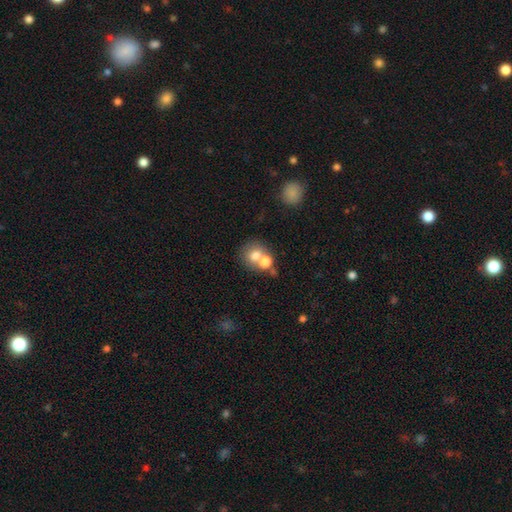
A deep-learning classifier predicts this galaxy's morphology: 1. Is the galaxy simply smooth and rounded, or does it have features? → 71% smooth, 17% featured or disk, 12% star or artifact.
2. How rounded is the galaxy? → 77% round, 22% in between, 1% cigar-shaped.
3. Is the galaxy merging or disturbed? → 48% merger, 41% none, 8% minor disturbance, 4% major disturbance.